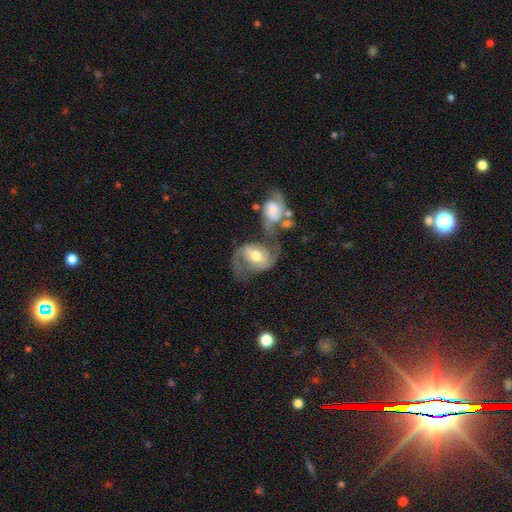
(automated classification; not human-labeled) smooth-or-featured: featured or disk: 83% | smooth: 12% | star or artifact: 6%
  disk-edge-on: no: 97% | yes: 3%
    bar: weak: 39% | no: 38% | strong: 23%
    has-spiral-arms: yes: 93% | no: 7%
      spiral-winding: medium: 52% | loose: 32% | tight: 16%
      spiral-arm-count: 2: 91% | can't tell: 3% | 1: 2% | 3: 1% | 4: 1% | more than 4: 1%
    bulge-size: moderate: 69% | large: 16% | small: 12% | dominant: 2% | none: 2%
  merging: none: 41% | merger: 33% | minor disturbance: 14% | major disturbance: 13%